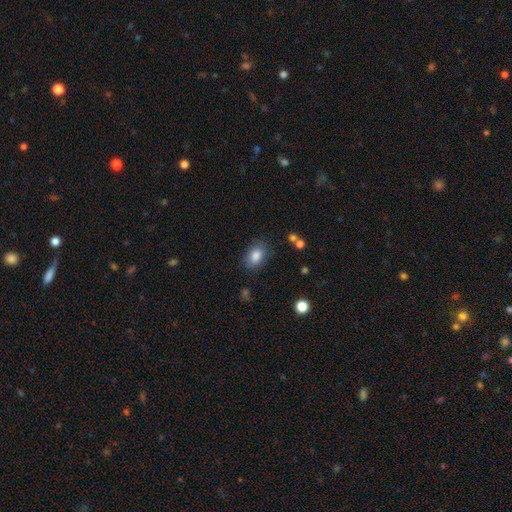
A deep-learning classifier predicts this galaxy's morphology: This appears to be a smooth galaxy with no disk features (85%) that is in between round and cigar-shaped (80%). Merging: none (80%).